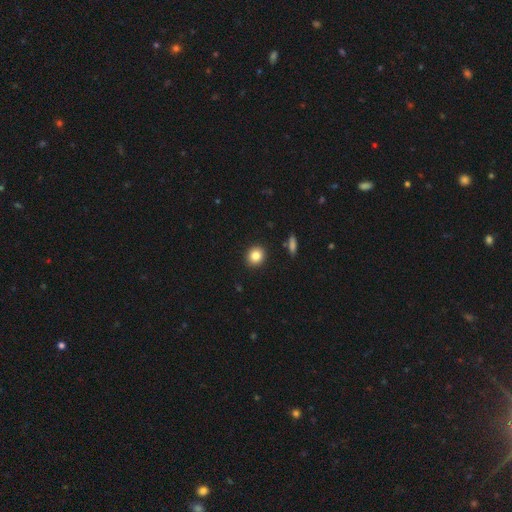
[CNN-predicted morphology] smooth_or_featured: smooth (p=0.84) [alt: star or artifact p=0.10]
how_rounded: round (p=0.78) [alt: in between p=0.21]
merging: none (p=0.91) [alt: minor disturbance p=0.06]